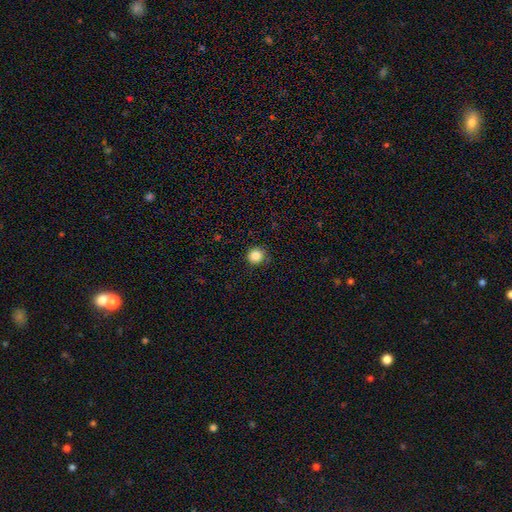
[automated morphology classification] Q: Smooth or featured?
A: smooth (86%); runner-up: star or artifact (10%)
Q: How rounded?
A: round (92%); runner-up: in between (7%)
Q: Merging?
A: none (86%); runner-up: minor disturbance (10%)